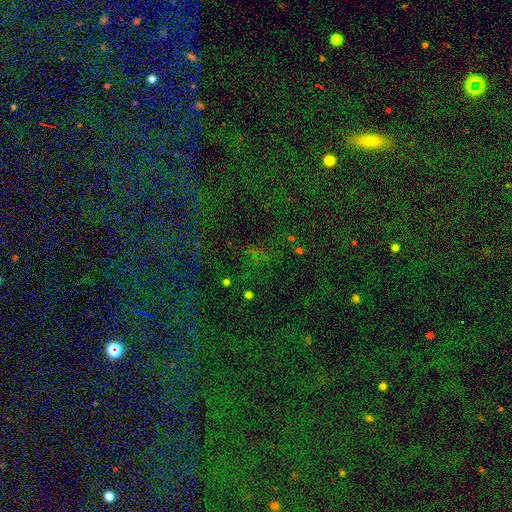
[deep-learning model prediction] Overall: star or artifact (72%).